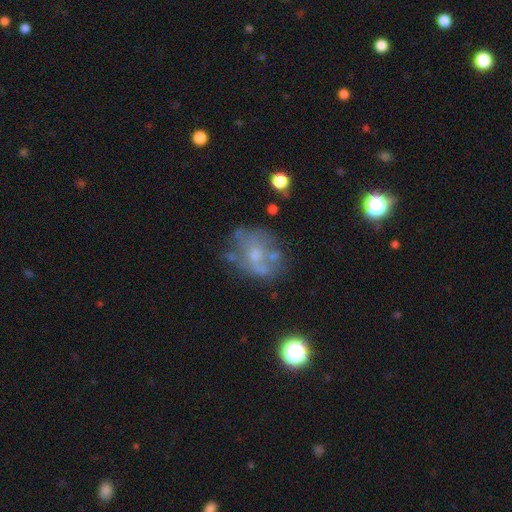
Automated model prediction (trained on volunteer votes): Overall: featured or disk (54%; smooth 31%). Edge-on disk: no (96%). Bar: no (81%). Spiral arms: no (73%). Bulge size: small (39%; moderate 38%). Merging: none (48%; minor disturbance 23%).